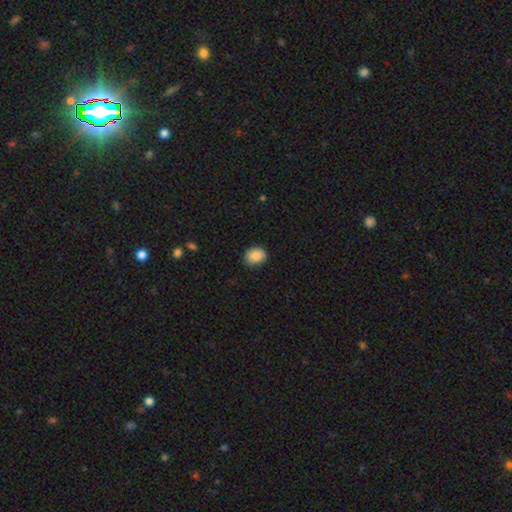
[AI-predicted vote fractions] This appears to be a smooth galaxy with no disk features (89%) that is in between round and cigar-shaped (53%). Merging: none (87%).